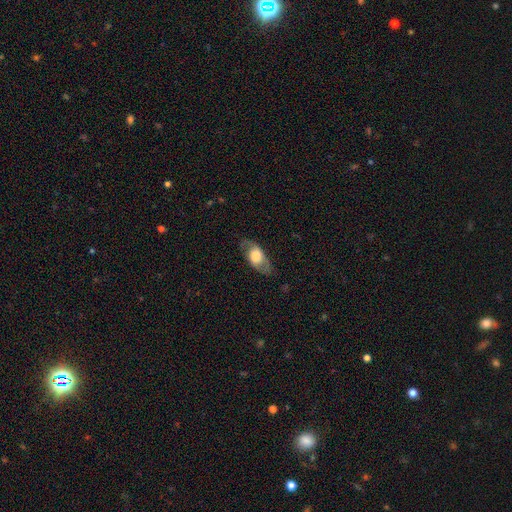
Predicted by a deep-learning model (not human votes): Smooth or featured? Predicted: featured or disk (p=0.49). Merging? Predicted: none (p=0.72).